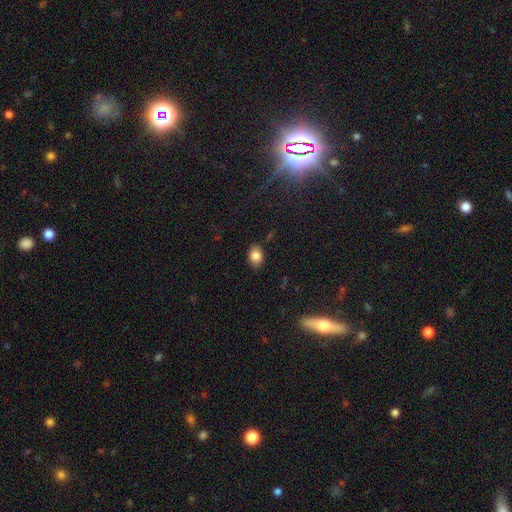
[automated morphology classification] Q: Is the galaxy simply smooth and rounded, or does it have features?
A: smooth — 83%.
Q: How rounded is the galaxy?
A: in between — 79%.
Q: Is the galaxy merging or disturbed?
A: none — 83%.